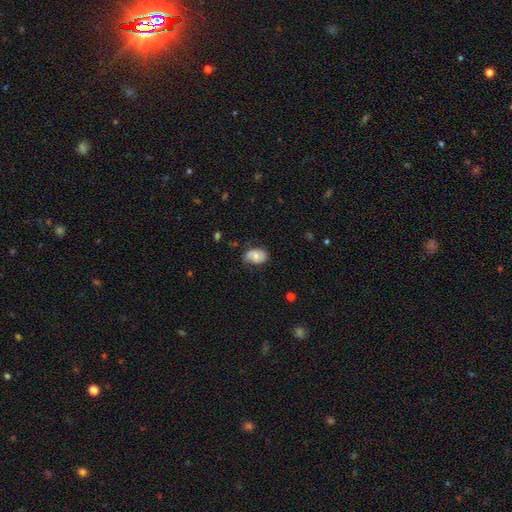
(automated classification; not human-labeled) Overall: smooth (51%; featured or disk 41%). How rounded: in between (81%). Merging: none (60%; minor disturbance 30%).